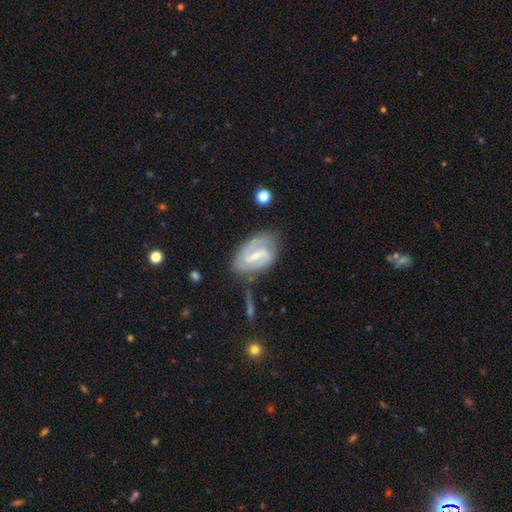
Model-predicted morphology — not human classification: Smooth or featured? Predicted: featured or disk (p=0.80). Edge-on disk? Predicted: no (p=0.96). Bar? Predicted: weak (p=0.48). Spiral arms? Predicted: yes (p=0.92). Spiral winding? Predicted: medium (p=0.47). Spiral arm count? Predicted: 2 (p=0.81). Bulge size? Predicted: small (p=0.62). Merging? Predicted: none (p=0.66).